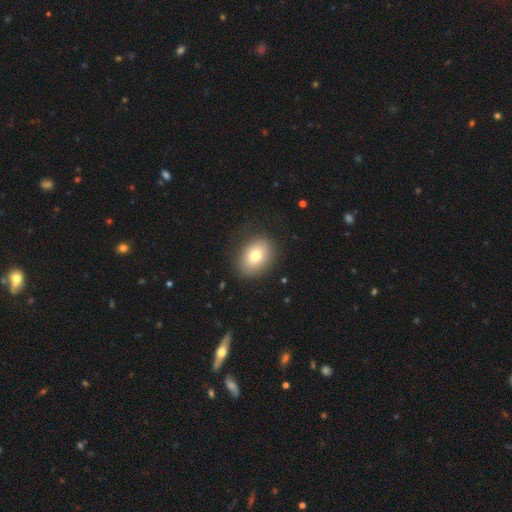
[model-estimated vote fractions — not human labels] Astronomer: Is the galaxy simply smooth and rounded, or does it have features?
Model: smooth — 76%.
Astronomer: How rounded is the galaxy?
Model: in between — 65%.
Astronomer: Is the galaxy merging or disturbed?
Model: none — 81%.